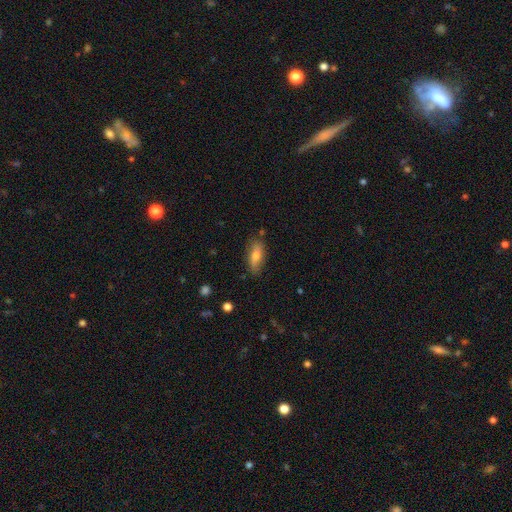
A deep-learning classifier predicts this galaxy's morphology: Smooth or featured: smooth — 64% (featured or disk — 27%)
How rounded: in between — 63% (cigar-shaped — 33%)
Merging: none — 80% (minor disturbance — 15%)